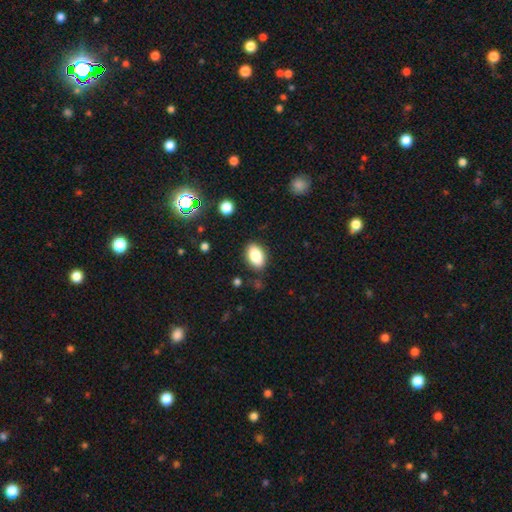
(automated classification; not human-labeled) Smooth or featured?
  - smooth: 84% *
  - star or artifact: 9%
  - featured or disk: 7%
How rounded?
  - in between: 89% *
  - round: 8%
  - cigar-shaped: 3%
Merging?
  - none: 85% *
  - minor disturbance: 11%
  - major disturbance: 3%
  - merger: 2%